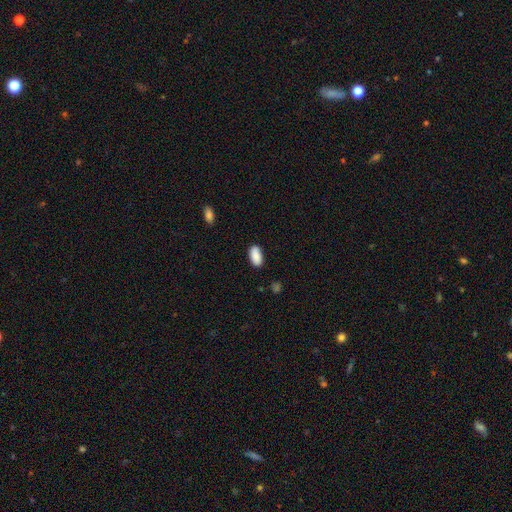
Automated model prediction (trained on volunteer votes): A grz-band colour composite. It shows a smooth galaxy with no disk features (89%) that is in between round and cigar-shaped (93%). Merging: none (84%).